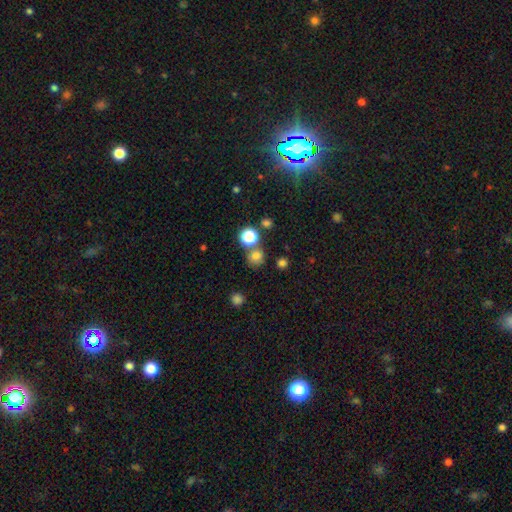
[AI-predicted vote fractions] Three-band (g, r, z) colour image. It shows a smooth galaxy with no disk features (72%) that is round (86%). Merging: none (69%).